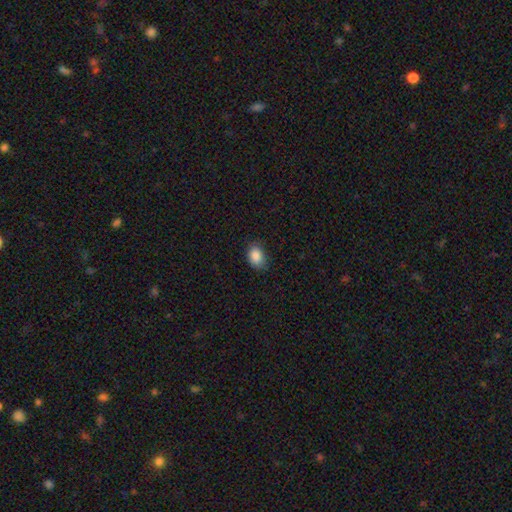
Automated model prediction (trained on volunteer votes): Smooth or featured? smooth (87%)
How rounded? in between (76%)
Merging? none (76%)